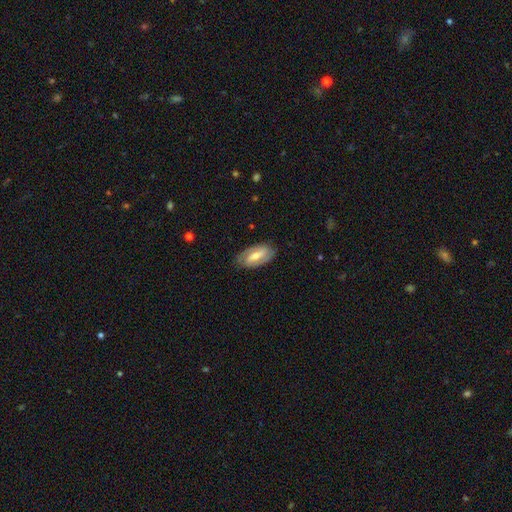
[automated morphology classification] This appears to be a featured or disk galaxy (71%) with a strong bar (49%), 2 (82%) tight (43%) spiral arms (83%) and a moderate central bulge (51%). Merging: none (80%).